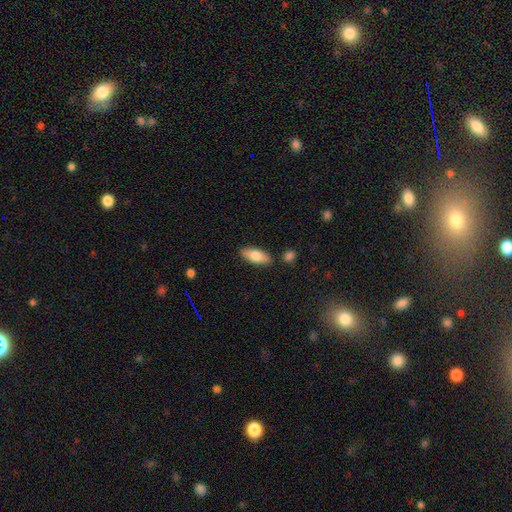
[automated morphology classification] smooth-or-featured: smooth: 77% | featured or disk: 17% | star or artifact: 6%
  how-rounded: in between: 79% | cigar-shaped: 19% | round: 2%
  merging: none: 84% | minor disturbance: 10% | merger: 4% | major disturbance: 2%